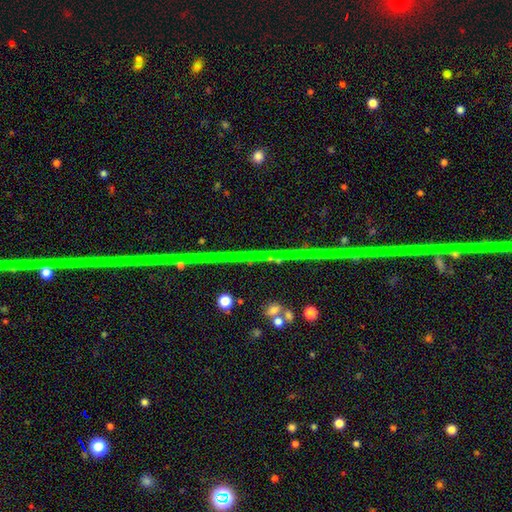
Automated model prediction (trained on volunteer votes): A star or artifact, not a galaxy (68%).

Vote fractions:
- Smooth or featured? star or artifact: 68% / featured or disk: 21% / smooth: 11%